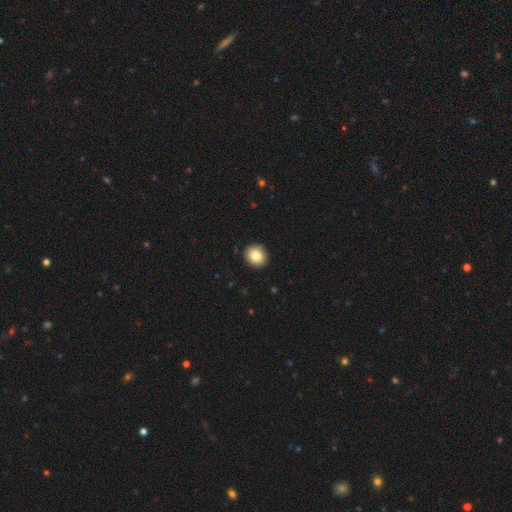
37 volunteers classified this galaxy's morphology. A smooth galaxy with no disk features (92%) that is round (91%).

Vote fractions:
- Smooth or featured? smooth: 92% / star or artifact: 5% / featured or disk: 3%
- How rounded? round: 91% / in between: 9% / cigar-shaped: 0%
- Merging? none: 94% / minor disturbance: 3% / major disturbance: 3% / merger: 0%